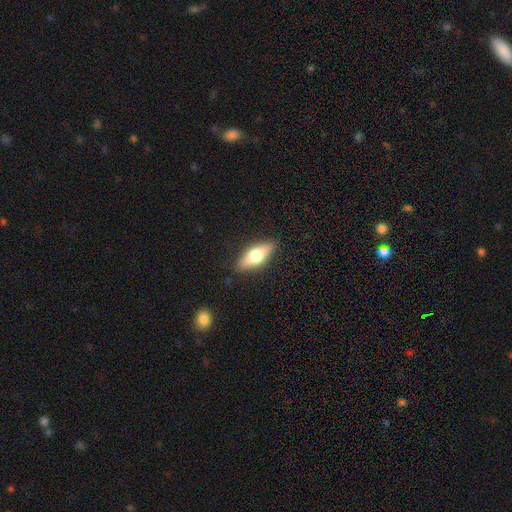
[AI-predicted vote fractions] Smooth or featured? smooth (58%)
How rounded? in between (63%)
Merging? none (87%)